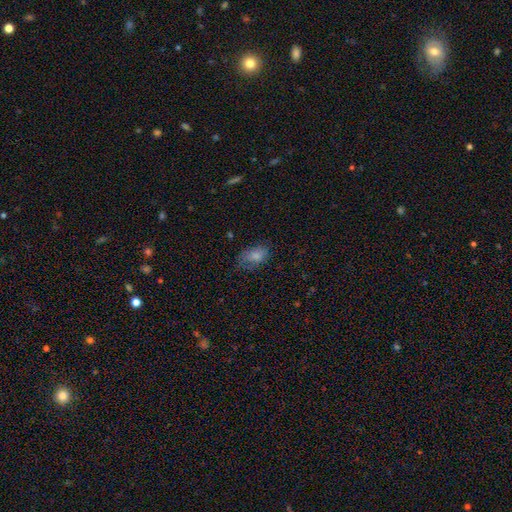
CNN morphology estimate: The model was most divided on "merging": none: 58%, minor disturbance: 27%, major disturbance: 13%, merger: 2%. More confident: how rounded — in between (88%); smooth or featured — smooth (78%).